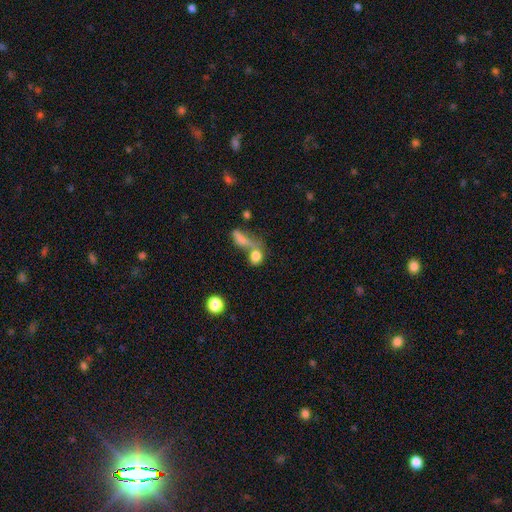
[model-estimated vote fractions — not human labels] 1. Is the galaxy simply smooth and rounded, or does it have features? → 78% smooth, 11% star or artifact, 11% featured or disk.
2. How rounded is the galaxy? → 47% in between, 45% round, 8% cigar-shaped.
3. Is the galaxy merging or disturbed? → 45% merger, 36% none, 10% minor disturbance, 9% major disturbance.